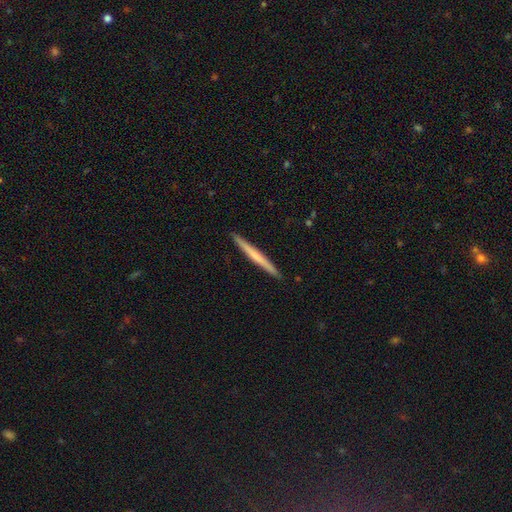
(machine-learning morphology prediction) Overall: smooth (49%; featured or disk 46%). Merging: none (92%).